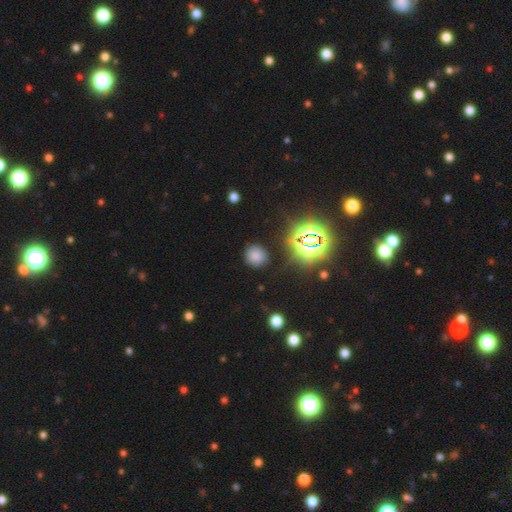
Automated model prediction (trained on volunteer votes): A smooth galaxy with no disk features (70%) that is round (88%).

Vote fractions:
- Smooth or featured? smooth: 70% / star or artifact: 23% / featured or disk: 7%
- How rounded? round: 88% / in between: 11% / cigar-shaped: 1%
- Merging? none: 84% / minor disturbance: 11% / major disturbance: 4% / merger: 2%